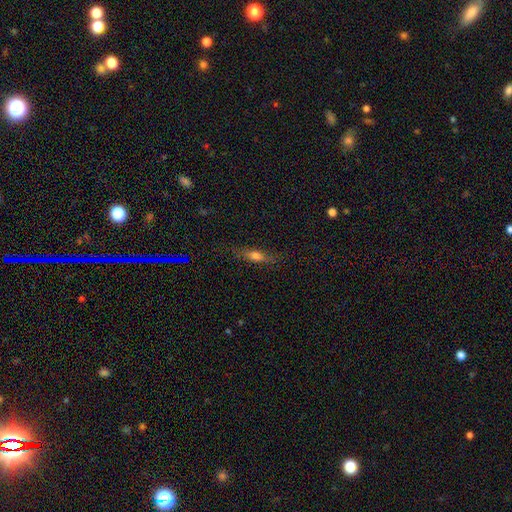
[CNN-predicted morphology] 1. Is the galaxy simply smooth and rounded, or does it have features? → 63% smooth, 26% featured or disk, 11% star or artifact.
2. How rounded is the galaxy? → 50% cigar-shaped, 46% in between, 4% round.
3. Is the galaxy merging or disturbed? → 78% none, 16% minor disturbance, 5% major disturbance, 1% merger.